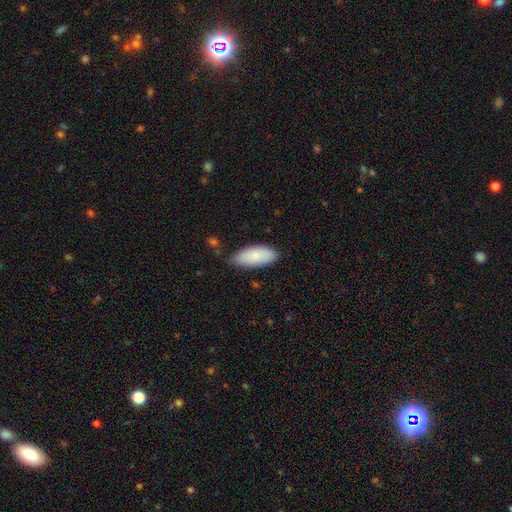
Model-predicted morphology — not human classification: smooth-or-featured: smooth: 84% | featured or disk: 9% | star or artifact: 6%
  how-rounded: in between: 87% | cigar-shaped: 12% | round: 2%
  merging: none: 74% | minor disturbance: 21% | major disturbance: 3% | merger: 2%